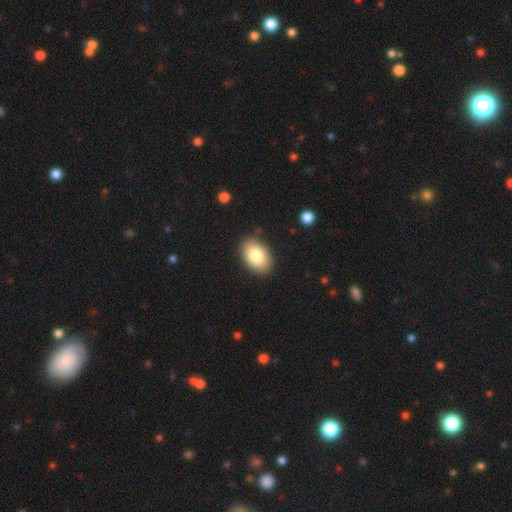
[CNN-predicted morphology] A smooth galaxy with no disk features (81%) that is in between round and cigar-shaped (89%).

Vote fractions:
- Smooth or featured? smooth: 81% / featured or disk: 12% / star or artifact: 7%
- How rounded? in between: 89% / round: 10% / cigar-shaped: 1%
- Merging? none: 87% / minor disturbance: 9% / major disturbance: 2% / merger: 1%